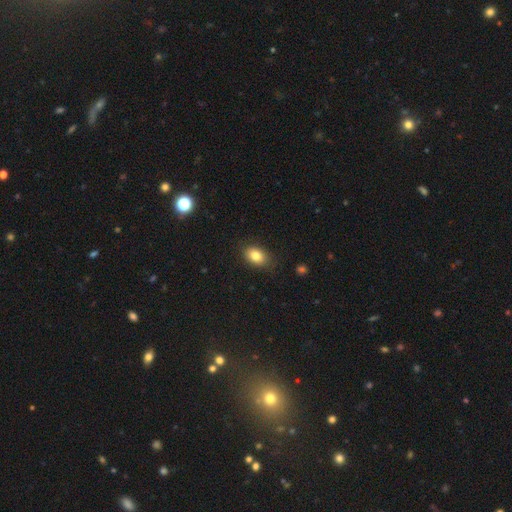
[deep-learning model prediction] Q: Smooth or featured?
A: smooth (82%); runner-up: star or artifact (9%)
Q: How rounded?
A: in between (80%); runner-up: round (19%)
Q: Merging?
A: none (84%); runner-up: minor disturbance (12%)